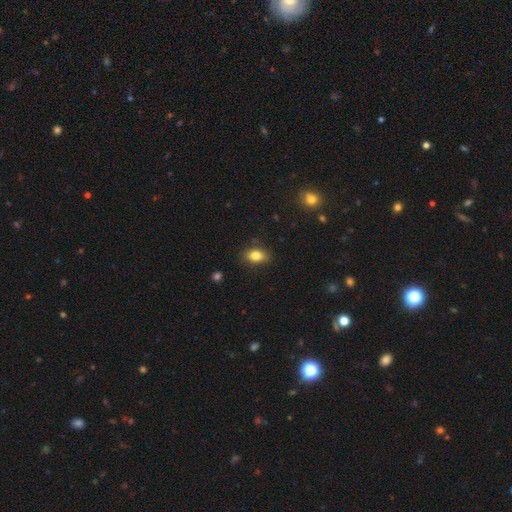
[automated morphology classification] Q: Smooth or featured?
A: smooth (83%); runner-up: star or artifact (10%)
Q: How rounded?
A: in between (79%); runner-up: round (19%)
Q: Merging?
A: none (83%); runner-up: minor disturbance (13%)